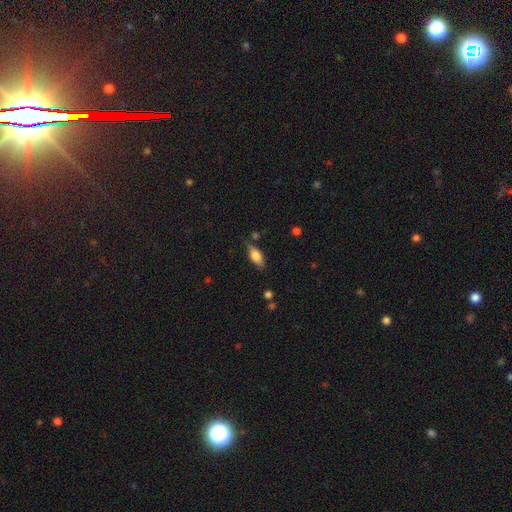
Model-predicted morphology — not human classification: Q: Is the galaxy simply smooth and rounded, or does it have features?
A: smooth — 71%.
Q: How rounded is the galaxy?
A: in between — 81%.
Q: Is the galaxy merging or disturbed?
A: none — 73%.